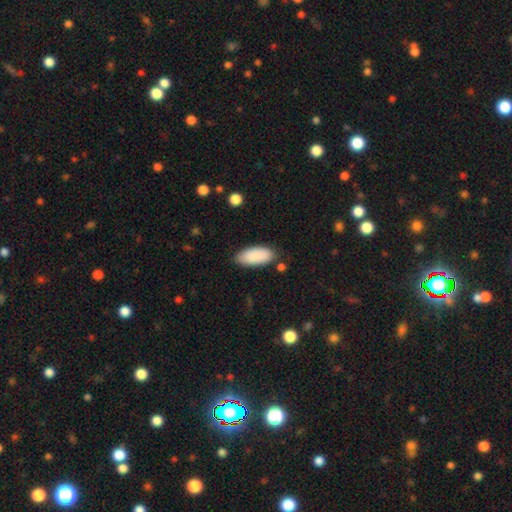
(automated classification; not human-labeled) Smooth or featured?
  - smooth: 89% *
  - star or artifact: 6%
  - featured or disk: 5%
How rounded?
  - in between: 88% *
  - cigar-shaped: 10%
  - round: 2%
Merging?
  - none: 82% *
  - minor disturbance: 13%
  - major disturbance: 3%
  - merger: 3%